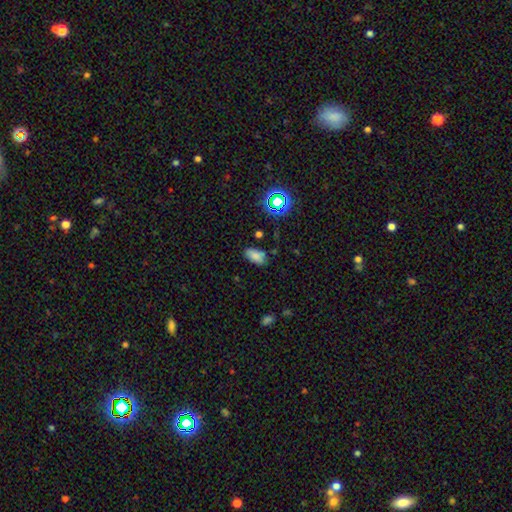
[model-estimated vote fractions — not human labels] smooth 77%, star or artifact 15%, featured or disk 9%. Down the decision tree: how rounded — in between (92%); merging — none (74%).